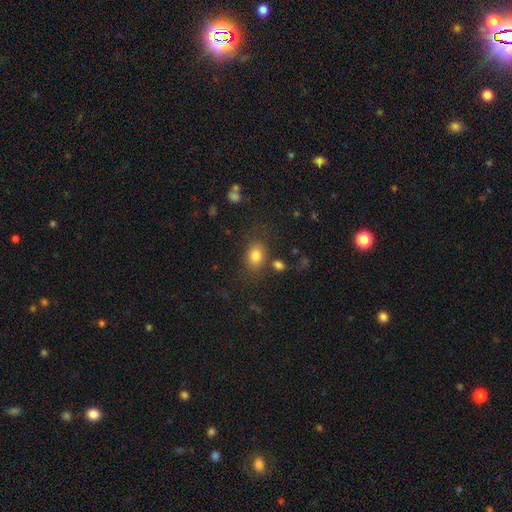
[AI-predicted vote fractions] smooth_or_featured: smooth (p=0.80) [alt: star or artifact p=0.11]
how_rounded: in between (p=0.67) [alt: round p=0.32]
merging: none (p=0.72) [alt: minor disturbance p=0.15]